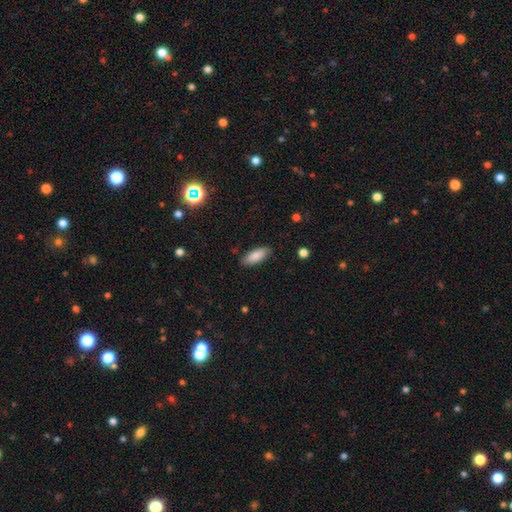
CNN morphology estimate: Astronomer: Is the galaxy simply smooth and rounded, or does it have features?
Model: smooth — 86%.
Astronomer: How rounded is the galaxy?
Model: in between — 73%.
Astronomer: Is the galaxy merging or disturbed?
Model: none — 84%.